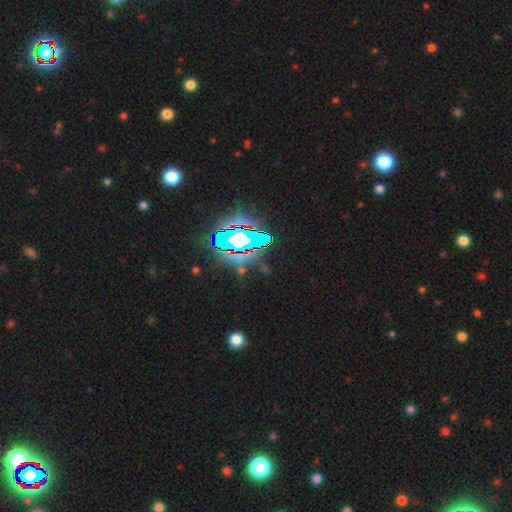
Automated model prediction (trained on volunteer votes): A star or artifact, not a galaxy (71%).